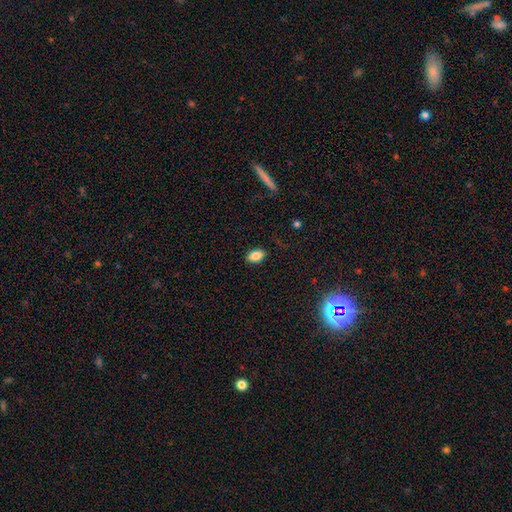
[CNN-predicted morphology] Smooth or featured? Predicted: smooth (p=0.85). How rounded? Predicted: in between (p=0.88). Merging? Predicted: none (p=0.85).